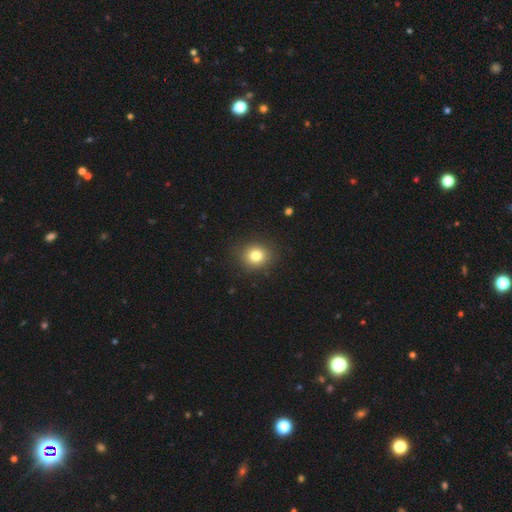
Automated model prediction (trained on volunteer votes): Smooth or featured? smooth (80%)
How rounded? round (79%)
Merging? none (89%)